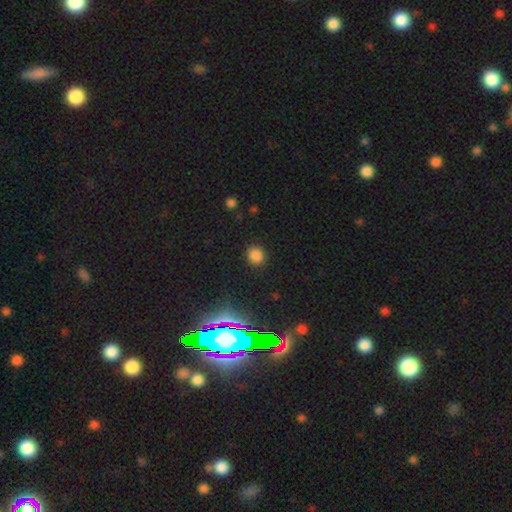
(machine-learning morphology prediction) Smooth or featured? smooth (78%)
How rounded? round (80%)
Merging? none (89%)